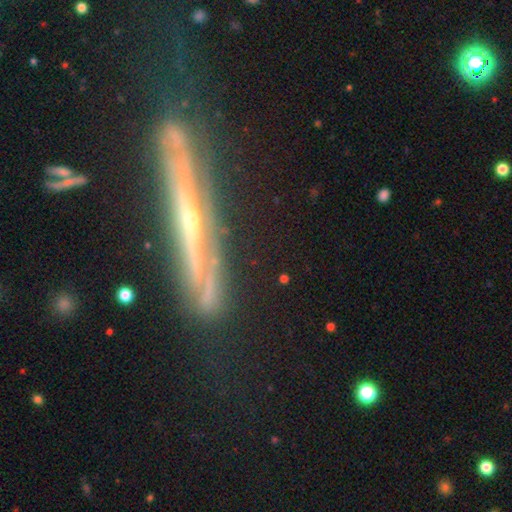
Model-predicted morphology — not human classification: The model was most divided on "edge-on bulge": rounded: 48%, none: 46%, boxy: 6%. More confident: edge-on disk — yes (86%); smooth or featured — featured or disk (79%); merging — none (73%).